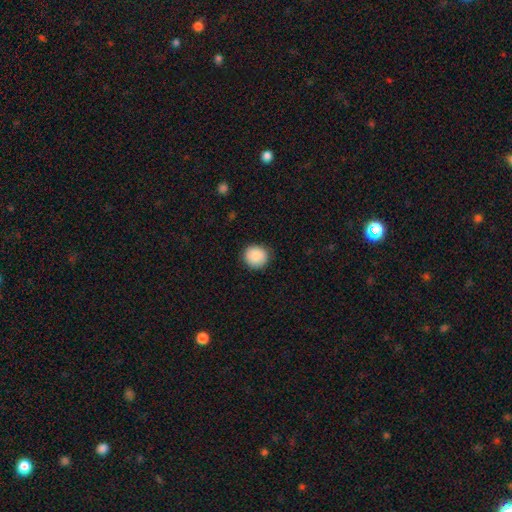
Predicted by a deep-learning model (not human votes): Smooth or featured?
  - smooth: 89% *
  - star or artifact: 8%
  - featured or disk: 4%
How rounded?
  - round: 89% *
  - in between: 10%
  - cigar-shaped: 1%
Merging?
  - none: 87% *
  - minor disturbance: 10%
  - major disturbance: 2%
  - merger: 1%